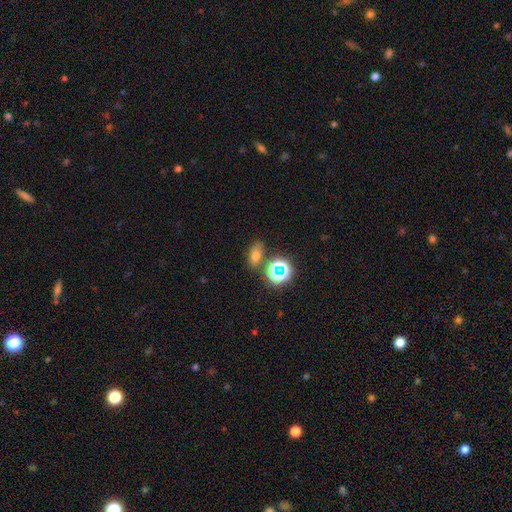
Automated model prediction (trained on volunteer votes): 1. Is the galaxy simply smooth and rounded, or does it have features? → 60% smooth, 28% star or artifact, 13% featured or disk.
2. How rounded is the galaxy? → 76% in between, 18% round, 6% cigar-shaped.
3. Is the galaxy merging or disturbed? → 71% none, 13% minor disturbance, 12% merger, 5% major disturbance.